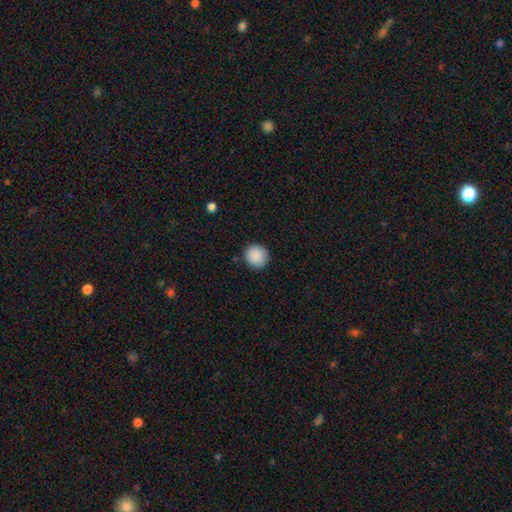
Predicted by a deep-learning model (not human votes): Overall: smooth (89%). How rounded: round (93%). Merging: none (90%).